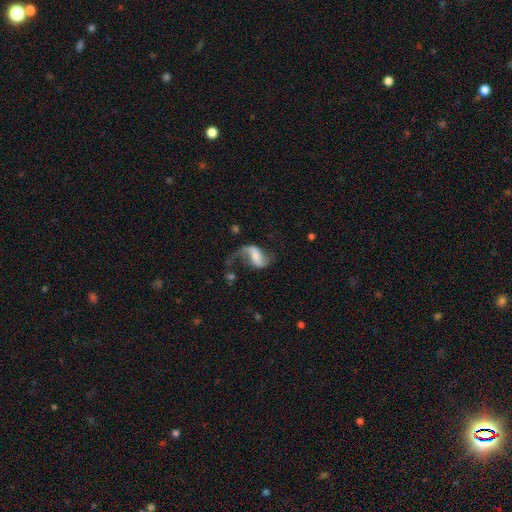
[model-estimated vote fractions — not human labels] Morphology: type=featured or disk (73%); edge-on=no (97%); bar=weak (41%); spiral arms=yes (90%); winding=loose (82%); arm count=2 (71%); bulge=small (32%); merging=none (40%).